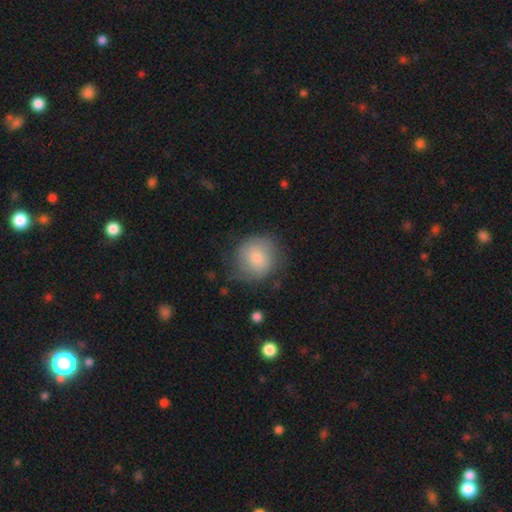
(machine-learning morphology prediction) A smooth galaxy with no disk features (65%) that is round (86%). Merging: none (69%).